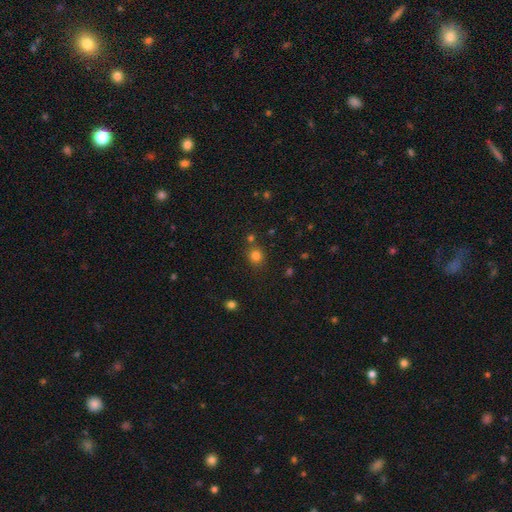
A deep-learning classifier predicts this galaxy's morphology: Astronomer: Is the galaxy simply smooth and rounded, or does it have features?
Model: smooth — 79%.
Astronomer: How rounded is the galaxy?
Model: round — 84%.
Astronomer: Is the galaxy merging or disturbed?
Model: none — 77%.